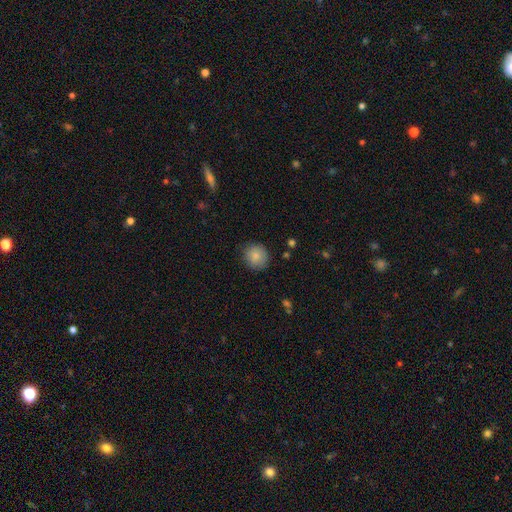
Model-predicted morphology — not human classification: The model was most divided on "merging": none: 85%, minor disturbance: 11%, major disturbance: 3%, merger: 1%. More confident: how rounded — round (88%); smooth or featured — smooth (85%).